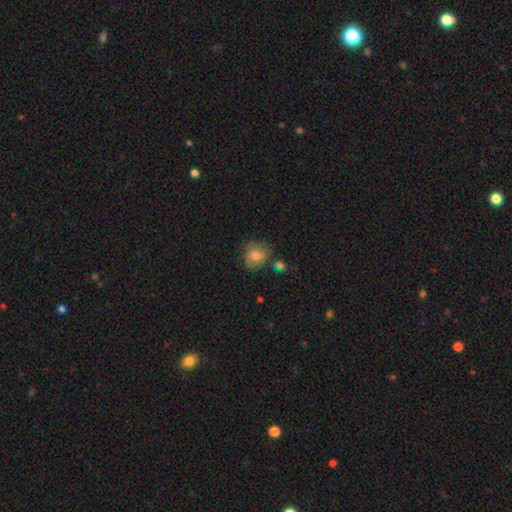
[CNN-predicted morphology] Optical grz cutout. It shows a smooth galaxy with no disk features (69%) that is round (64%). Merging: none (62%).